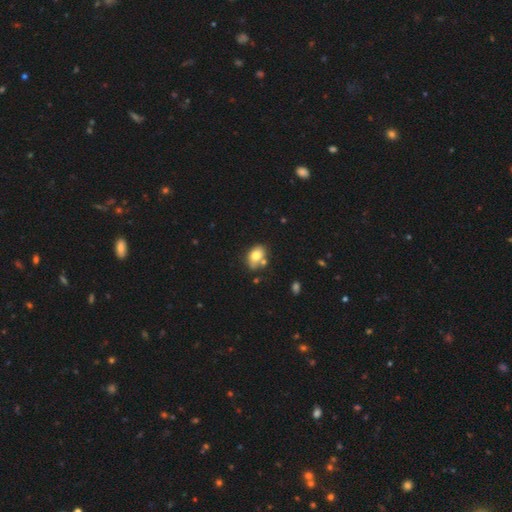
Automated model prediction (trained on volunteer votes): smooth_or_featured: smooth (p=0.73) [alt: featured or disk p=0.17]
how_rounded: in between (p=0.72) [alt: round p=0.26]
merging: none (p=0.58) [alt: merger p=0.19]